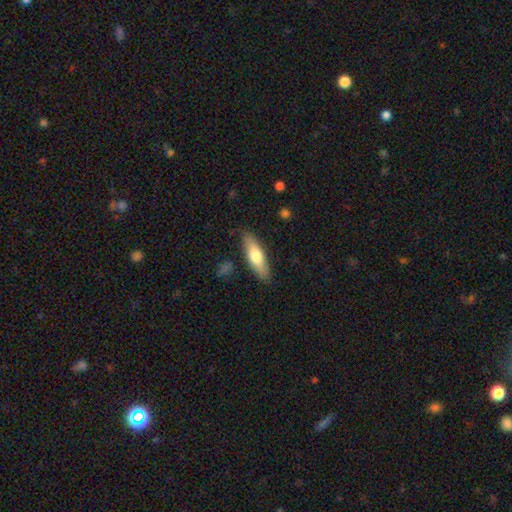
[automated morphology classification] Q: Smooth or featured?
A: smooth (65%); runner-up: featured or disk (30%)
Q: How rounded?
A: cigar-shaped (51%); runner-up: in between (46%)
Q: Merging?
A: none (85%); runner-up: minor disturbance (11%)